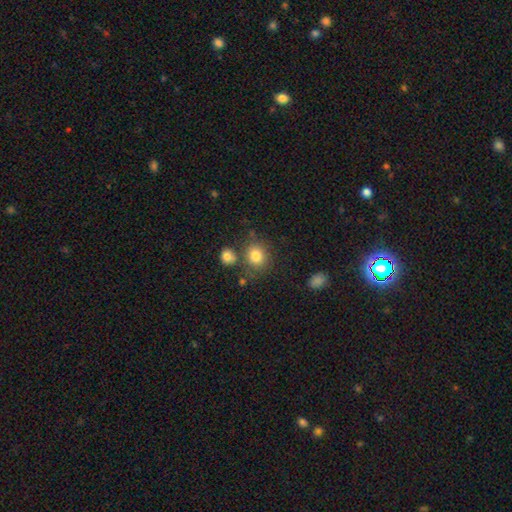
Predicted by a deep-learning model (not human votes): Overall: smooth (82%). How rounded: round (73%). Merging: none (71%).